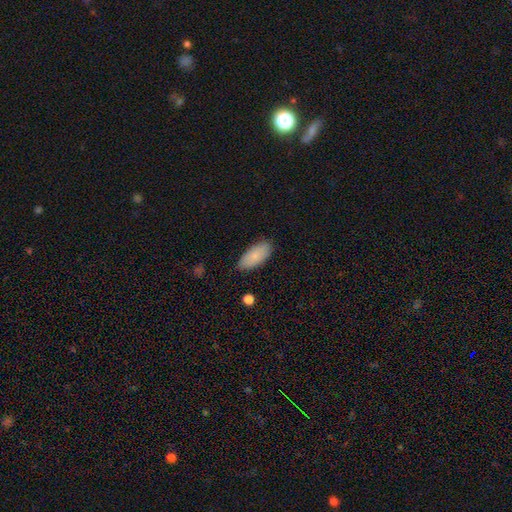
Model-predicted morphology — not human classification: smooth-or-featured: smooth: 81% | featured or disk: 12% | star or artifact: 7%
  how-rounded: in between: 90% | cigar-shaped: 8% | round: 2%
  merging: none: 84% | minor disturbance: 13% | major disturbance: 2% | merger: 1%